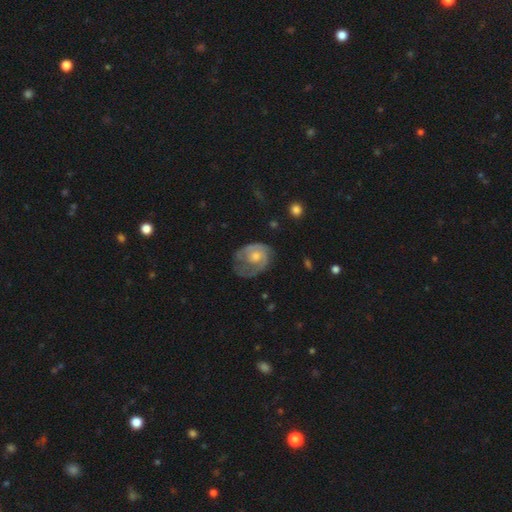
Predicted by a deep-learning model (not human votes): Morphology: type=featured or disk (69%); edge-on=no (97%); bar=no (76%); spiral arms=yes (82%); winding=tight (53%); arm count=2 (38%); bulge=moderate (61%); merging=none (53%).